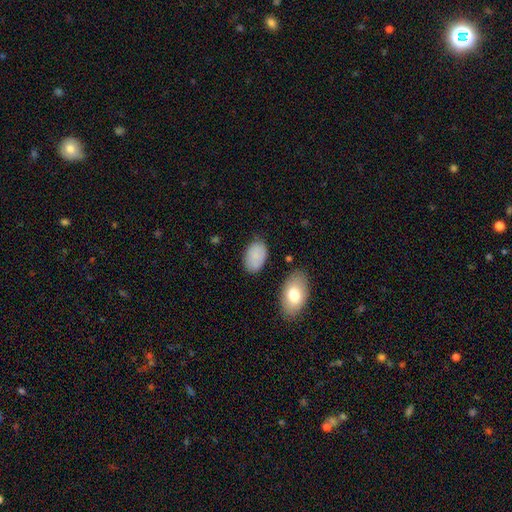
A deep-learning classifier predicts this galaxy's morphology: Smooth or featured? smooth (85%)
How rounded? in between (92%)
Merging? none (74%)